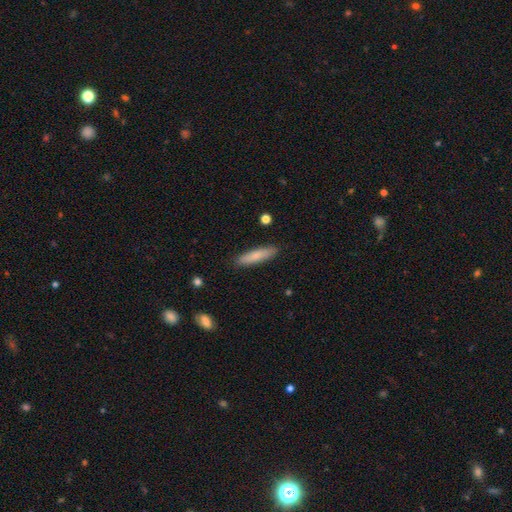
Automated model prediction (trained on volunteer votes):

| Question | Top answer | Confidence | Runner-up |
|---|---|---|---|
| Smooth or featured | smooth | 78% | featured or disk (16%) |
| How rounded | cigar-shaped | 79% | in between (20%) |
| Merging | none | 89% | minor disturbance (8%) |